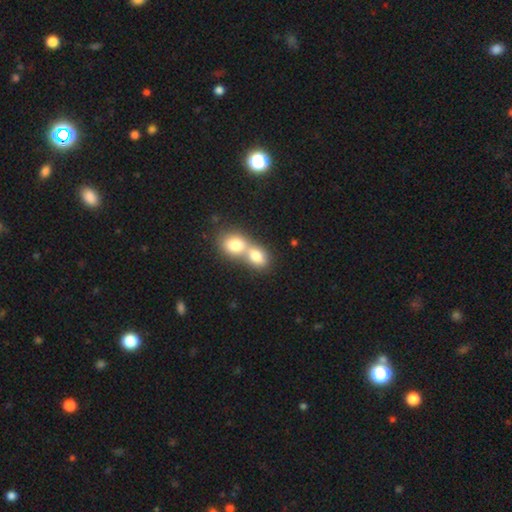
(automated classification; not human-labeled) smooth-or-featured: smooth: 77% | featured or disk: 14% | star or artifact: 9%
  how-rounded: in between: 59% | round: 39% | cigar-shaped: 2%
  merging: merger: 74% | none: 19% | minor disturbance: 5% | major disturbance: 3%